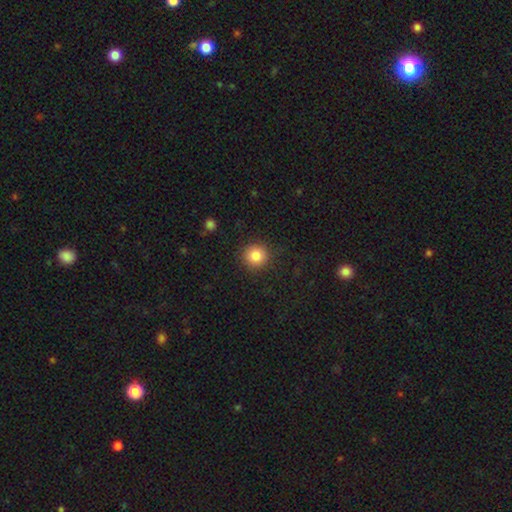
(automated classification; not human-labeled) Q: Smooth or featured?
A: smooth (84%); runner-up: star or artifact (10%)
Q: How rounded?
A: round (93%); runner-up: in between (6%)
Q: Merging?
A: none (89%); runner-up: minor disturbance (7%)